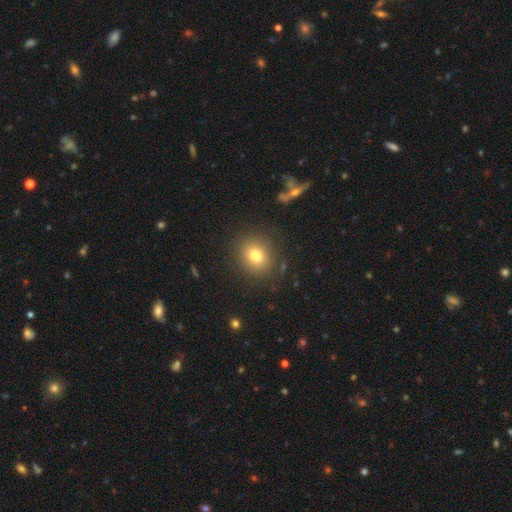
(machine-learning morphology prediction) smooth_or_featured: smooth (p=0.78) [alt: star or artifact p=0.12]
how_rounded: round (p=0.73) [alt: in between p=0.26]
merging: none (p=0.86) [alt: minor disturbance p=0.09]